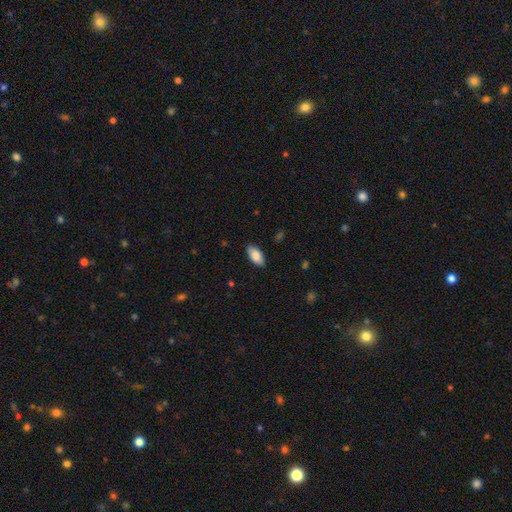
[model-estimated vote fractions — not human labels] Q: Smooth or featured?
A: smooth (86%); runner-up: featured or disk (8%)
Q: How rounded?
A: in between (93%); runner-up: cigar-shaped (5%)
Q: Merging?
A: none (86%); runner-up: minor disturbance (11%)